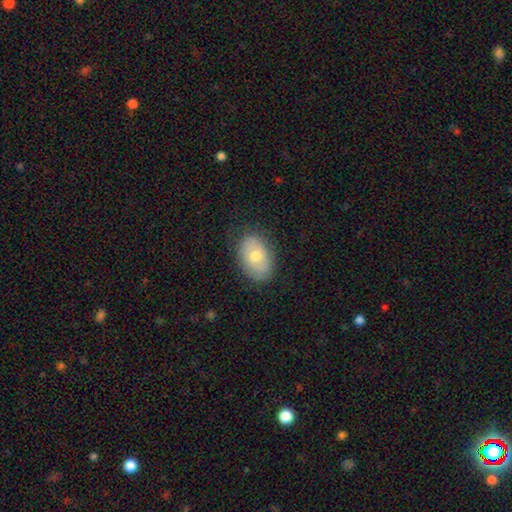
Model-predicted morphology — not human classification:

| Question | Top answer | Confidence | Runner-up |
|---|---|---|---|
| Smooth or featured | smooth | 62% | featured or disk (31%) |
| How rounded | in between | 84% | round (14%) |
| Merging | none | 81% | minor disturbance (14%) |